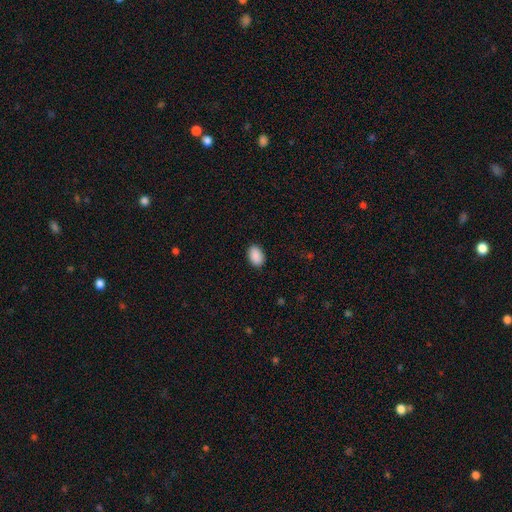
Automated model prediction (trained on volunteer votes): Smooth or featured: smooth — 91% (star or artifact — 7%)
How rounded: in between — 85% (round — 14%)
Merging: none — 89% (minor disturbance — 8%)